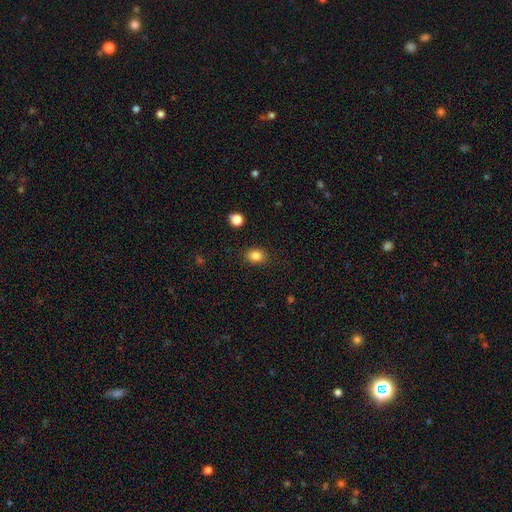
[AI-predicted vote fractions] The model was most divided on "how rounded": in between: 58%, round: 41%, cigar-shaped: 1%. More confident: merging — none (86%); smooth or featured — smooth (84%).